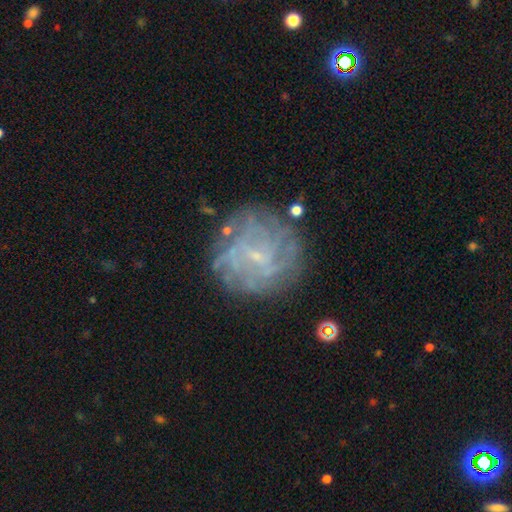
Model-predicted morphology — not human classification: A featured or disk galaxy (73%) with a weak bar (49%), tight (59%) spiral arms (76%) and a small central bulge (75%). Merging: none (75%).